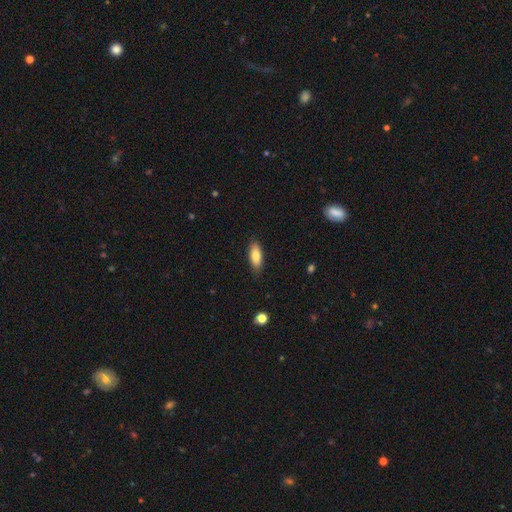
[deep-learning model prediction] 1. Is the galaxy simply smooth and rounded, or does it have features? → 82% smooth, 12% featured or disk, 6% star or artifact.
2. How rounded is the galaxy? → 77% in between, 21% cigar-shaped, 2% round.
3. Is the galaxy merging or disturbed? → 85% none, 12% minor disturbance, 2% major disturbance, 1% merger.